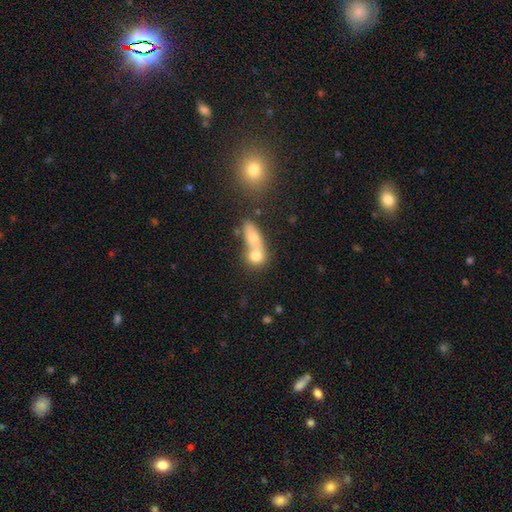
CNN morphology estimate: This is likely a smooth galaxy (71%). How rounded: possibly round (56%). Merging: likely merger (67%).